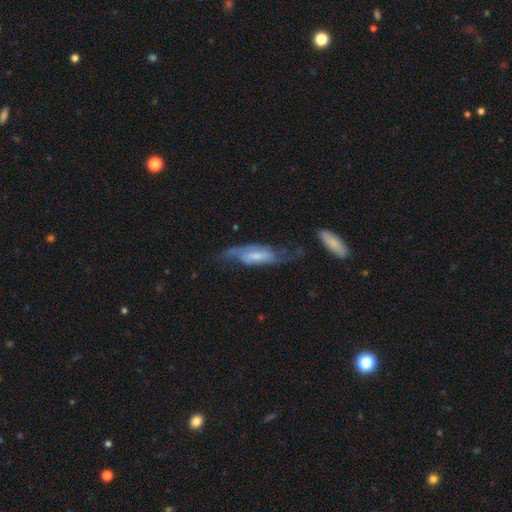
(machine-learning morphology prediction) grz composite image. It shows a featured or disk galaxy (67%) with a weak bar (44%), spiral arms (87%) and a small central bulge (39%). Merging: none (50%).